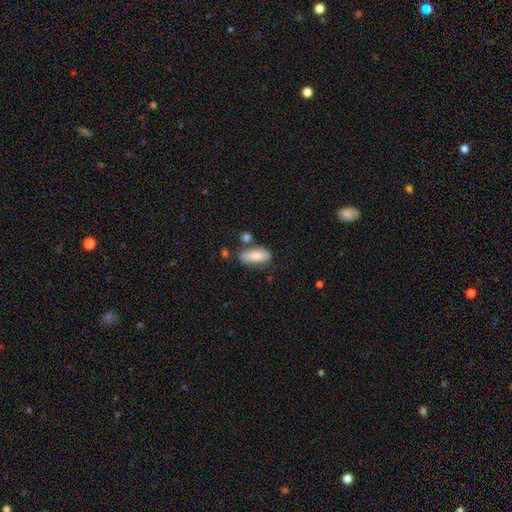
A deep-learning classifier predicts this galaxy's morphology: This appears to be a smooth galaxy with no disk features (82%) that is in between round and cigar-shaped (86%). Merging: none (62%).